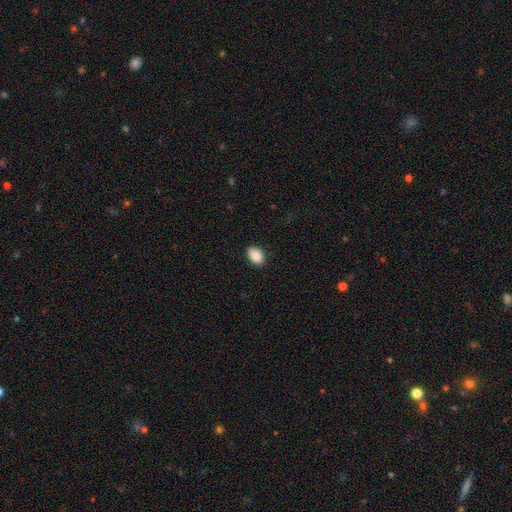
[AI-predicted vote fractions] This appears to be a smooth galaxy with no disk features (89%) that is in between round and cigar-shaped (84%). Merging: none (87%).